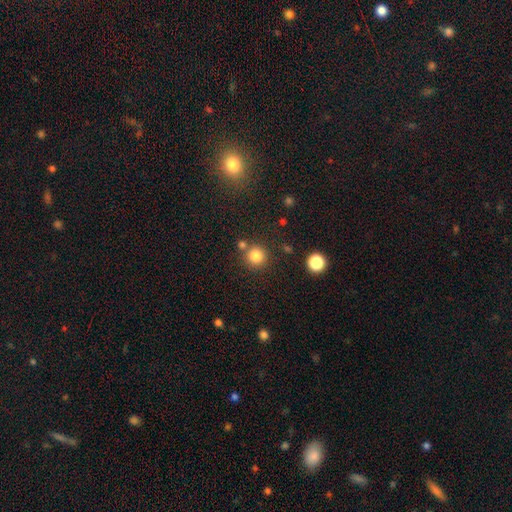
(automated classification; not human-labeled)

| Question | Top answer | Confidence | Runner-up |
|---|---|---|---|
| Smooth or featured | smooth | 83% | star or artifact (12%) |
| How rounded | round | 94% | in between (5%) |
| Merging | none | 78% | merger (11%) |